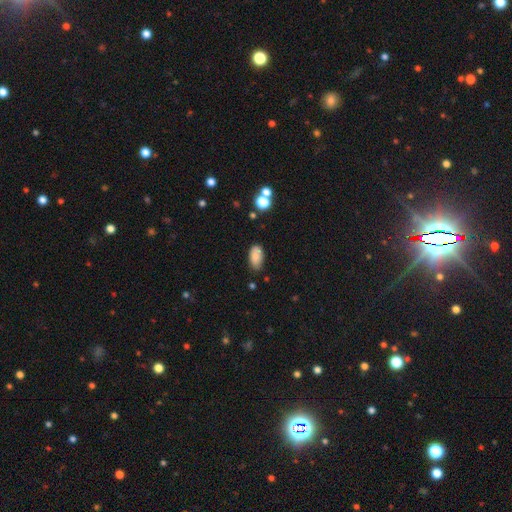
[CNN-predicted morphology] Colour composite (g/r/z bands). It shows a smooth galaxy with no disk features (80%) that is in between round and cigar-shaped (93%). Merging: none (68%).